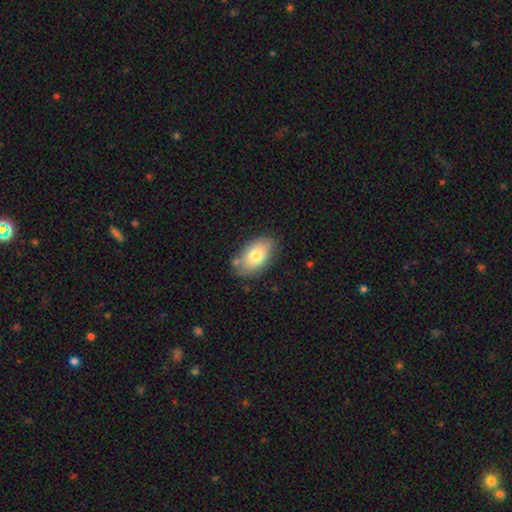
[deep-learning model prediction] smooth_or_featured: smooth (p=0.76) [alt: featured or disk p=0.17]
how_rounded: in between (p=0.92) [alt: round p=0.06]
merging: none (p=0.75) [alt: minor disturbance p=0.17]